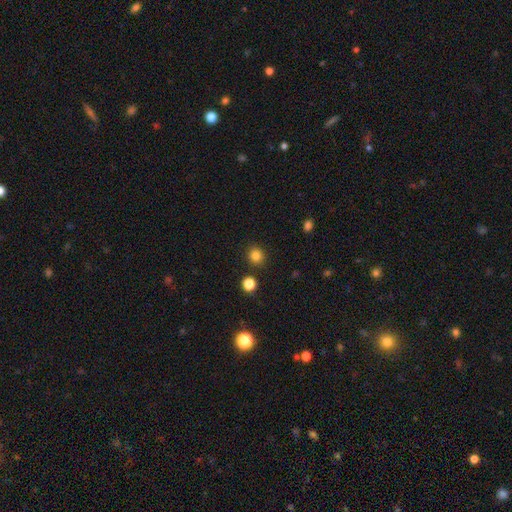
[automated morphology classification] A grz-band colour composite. It shows a smooth galaxy with no disk features (83%) that is round (89%). Merging: none (89%).